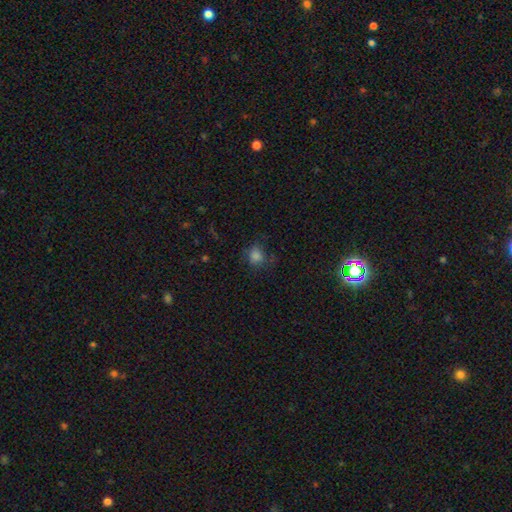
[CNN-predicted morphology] Smooth or featured? smooth (78%)
How rounded? round (73%)
Merging? none (68%)